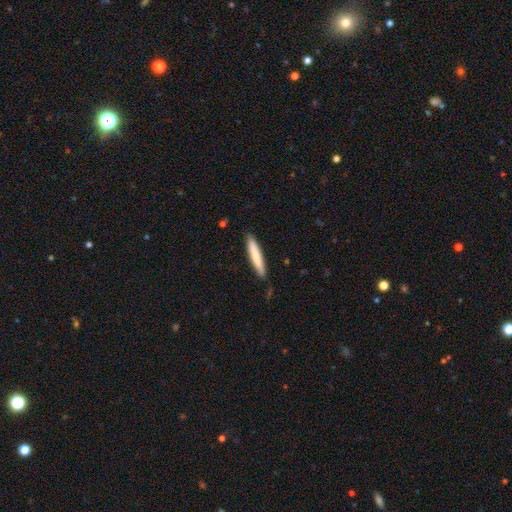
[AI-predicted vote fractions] Q: Smooth or featured?
A: smooth (76%); runner-up: featured or disk (19%)
Q: How rounded?
A: cigar-shaped (92%); runner-up: in between (6%)
Q: Merging?
A: none (87%); runner-up: minor disturbance (10%)